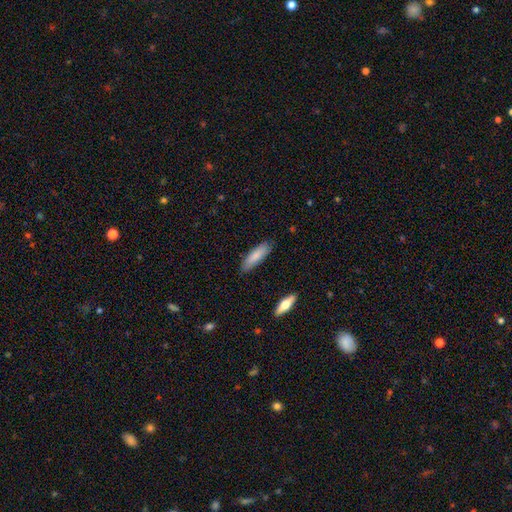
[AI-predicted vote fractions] Smooth or featured? Predicted: smooth (p=0.81). How rounded? Predicted: cigar-shaped (p=0.55). Merging? Predicted: none (p=0.84).